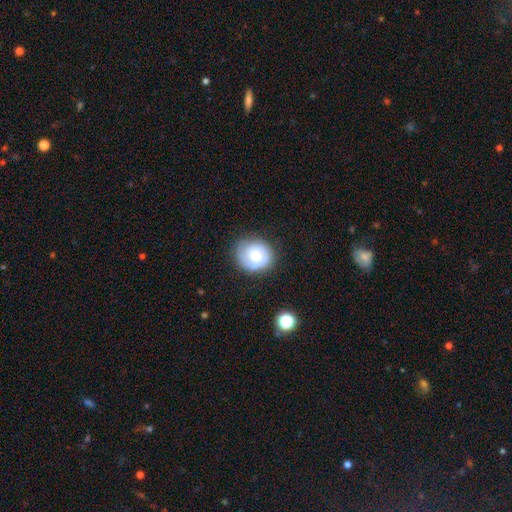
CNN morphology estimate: Smooth or featured?
  - featured or disk: 49% *
  - smooth: 43%
  - star or artifact: 7%
Merging?
  - none: 76% *
  - minor disturbance: 17%
  - major disturbance: 6%
  - merger: 1%